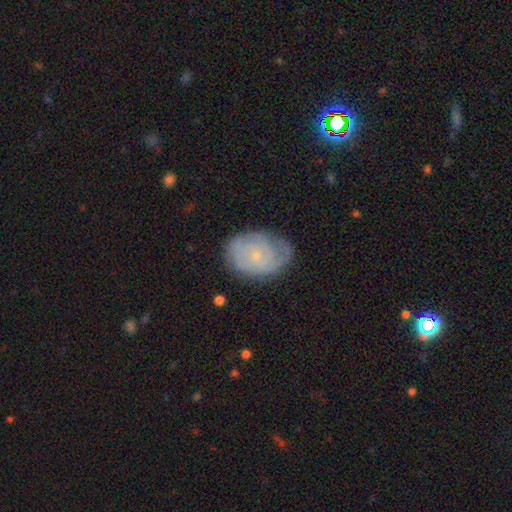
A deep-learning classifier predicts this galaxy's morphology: A featured or disk galaxy (65%) with no bar (80%), tight (66%) spiral arms (84%) and a small central bulge (83%).

Vote fractions:
- Smooth or featured? featured or disk: 65% / smooth: 27% / star or artifact: 8%
- Edge-on disk? no: 97% / yes: 3%
- Bar? no: 80% / weak: 18% / strong: 3%
- Spiral arms? yes: 84% / no: 16%
- Spiral winding? tight: 66% / medium: 25% / loose: 9%
- Spiral arm count? can't tell: 48% / 2: 26% / 3: 10% / 1: 8% / 4: 5% / more than 4: 4%
- Bulge size? small: 83% / moderate: 11% / none: 4% / large: 1% / dominant: 1%
- Merging? none: 66% / minor disturbance: 24% / major disturbance: 8% / merger: 1%